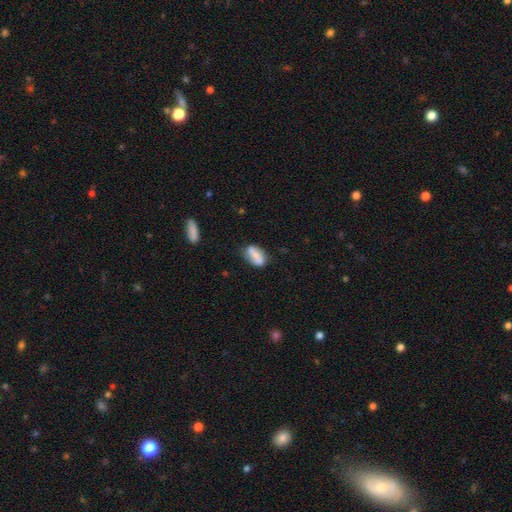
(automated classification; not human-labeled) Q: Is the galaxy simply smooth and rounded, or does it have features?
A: smooth — 64%.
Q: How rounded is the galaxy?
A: in between — 86%.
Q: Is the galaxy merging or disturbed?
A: none — 58%.